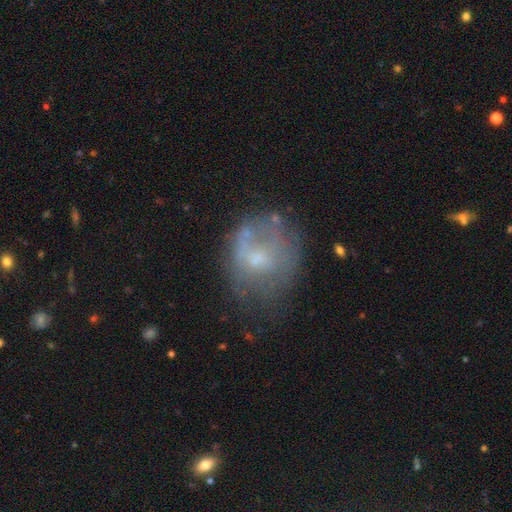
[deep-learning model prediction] Smooth or featured?
  - featured or disk: 44% *
  - smooth: 42%
  - star or artifact: 14%
Merging?
  - none: 48% *
  - minor disturbance: 26%
  - major disturbance: 21%
  - merger: 5%